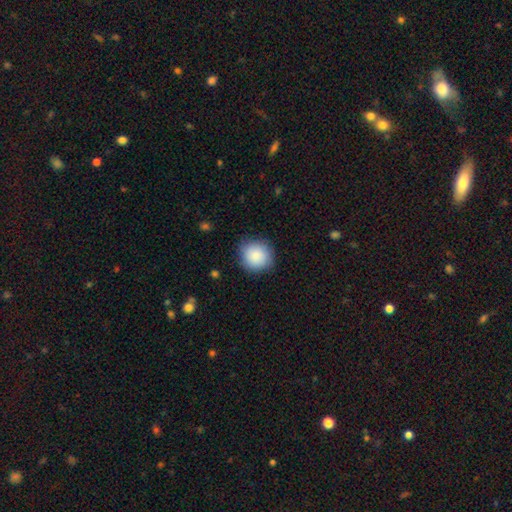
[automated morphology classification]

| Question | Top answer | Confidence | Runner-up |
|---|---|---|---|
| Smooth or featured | smooth | 88% | star or artifact (7%) |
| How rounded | round | 90% | in between (9%) |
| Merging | none | 85% | minor disturbance (11%) |